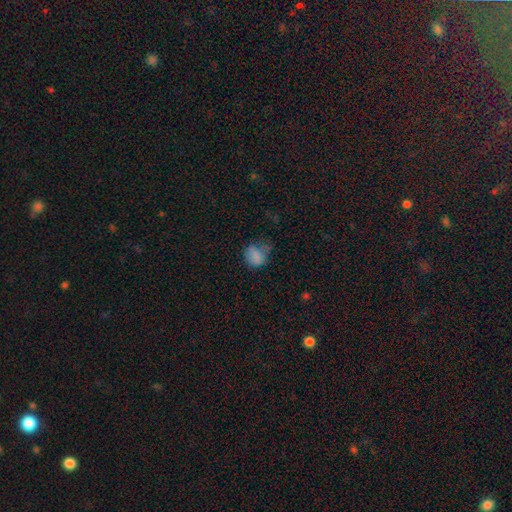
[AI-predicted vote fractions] Smooth or featured? smooth (78%)
How rounded? round (59%)
Merging? none (45%)